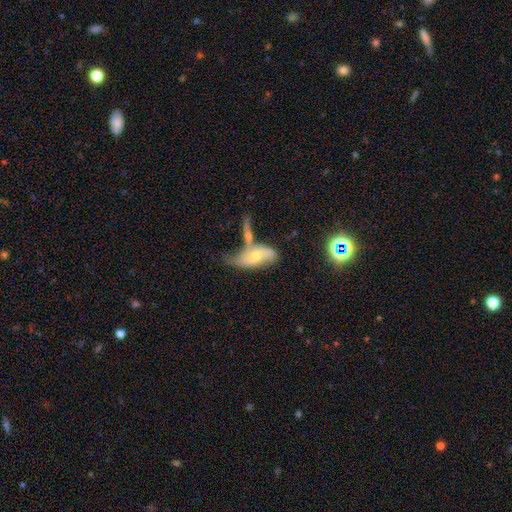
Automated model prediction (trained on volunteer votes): Smooth or featured: featured or disk — 53% (smooth — 39%)
Edge-on disk: no — 85% (yes — 15%)
Merging: merger — 44% (none — 26%)